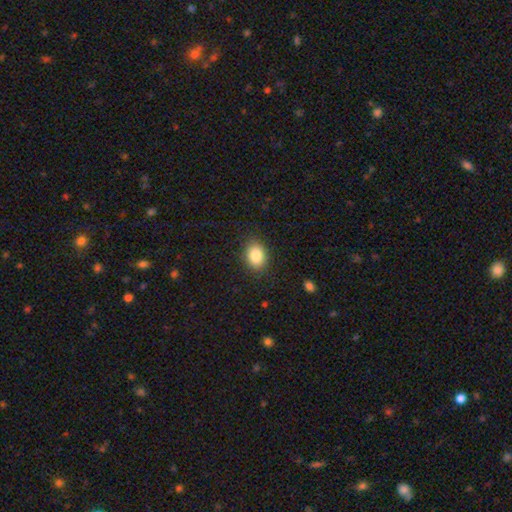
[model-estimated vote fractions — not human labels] Morphology: type=smooth (85%); roundness=in between (66%); merging=none (87%).